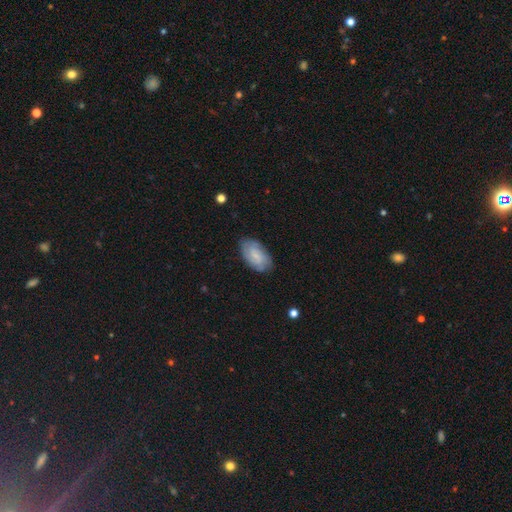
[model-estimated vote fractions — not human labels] A featured or disk galaxy (56%) with no bar (50%), spiral arms (88%) and a small central bulge (64%). Merging: none (79%).